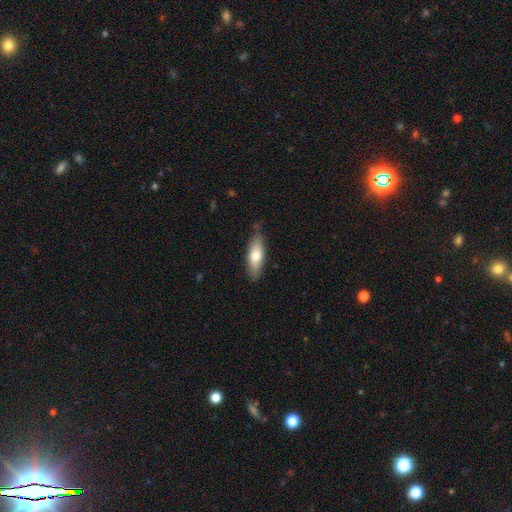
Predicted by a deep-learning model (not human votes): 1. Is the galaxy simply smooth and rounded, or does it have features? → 71% smooth, 24% featured or disk, 5% star or artifact.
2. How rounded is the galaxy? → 57% in between, 41% cigar-shaped, 2% round.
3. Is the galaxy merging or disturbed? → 80% none, 15% minor disturbance, 2% major disturbance, 2% merger.